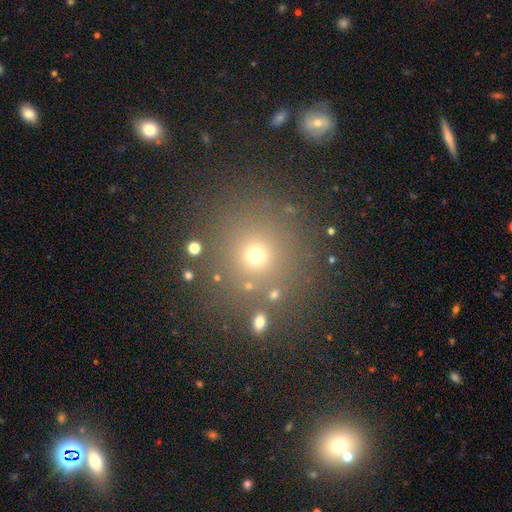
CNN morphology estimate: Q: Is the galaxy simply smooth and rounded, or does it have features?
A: smooth — 66%.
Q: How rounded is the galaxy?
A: round — 91%.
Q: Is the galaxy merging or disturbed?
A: none — 81%.